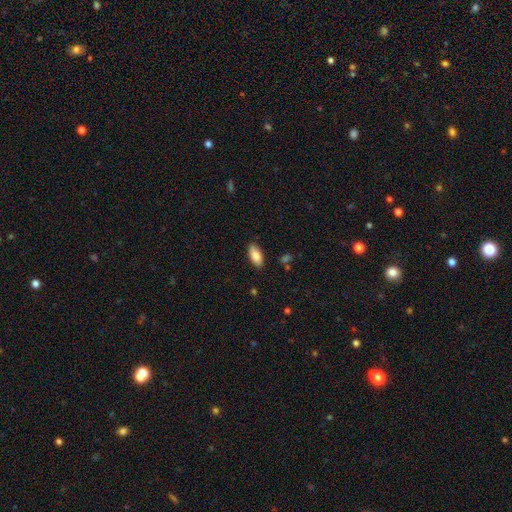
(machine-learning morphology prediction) A smooth galaxy with no disk features (86%) that is in between round and cigar-shaped (89%). Merging: none (86%).